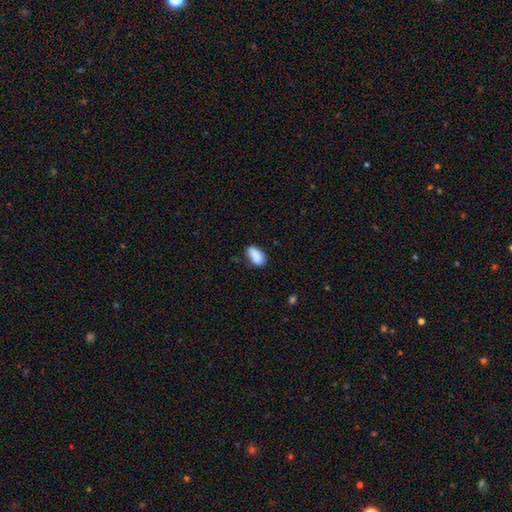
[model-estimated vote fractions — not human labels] Overall: smooth (88%). How rounded: in between (92%). Merging: none (75%).